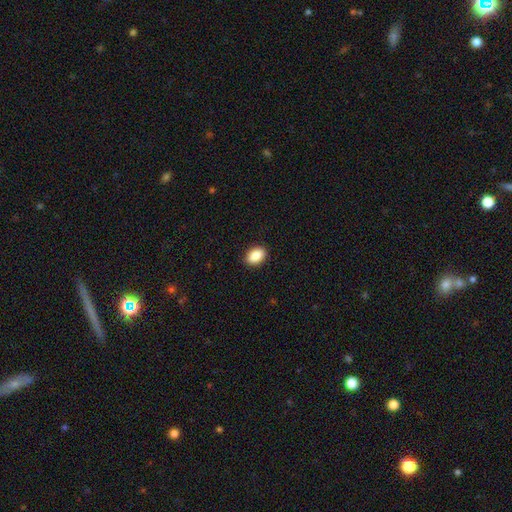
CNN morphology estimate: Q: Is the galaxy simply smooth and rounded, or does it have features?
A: smooth — 88%.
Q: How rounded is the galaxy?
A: in between — 83%.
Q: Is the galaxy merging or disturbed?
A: none — 90%.